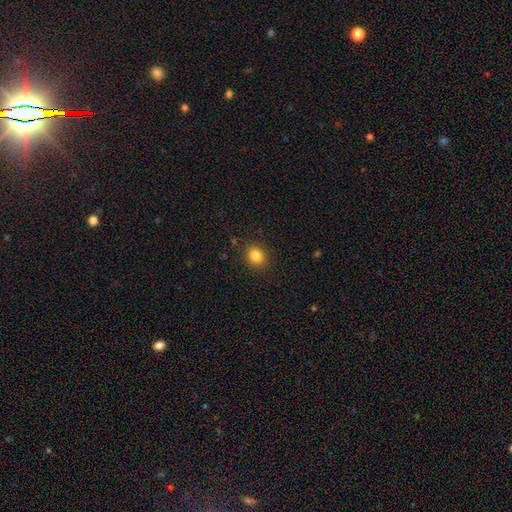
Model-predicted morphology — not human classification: smooth 84%, star or artifact 11%, featured or disk 5%. Down the decision tree: how rounded — round (63%); merging — none (88%).